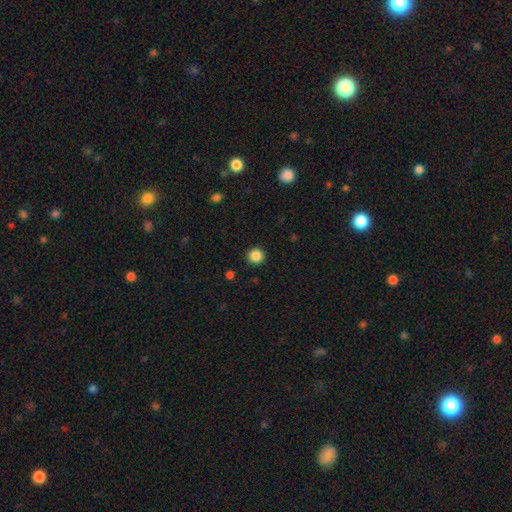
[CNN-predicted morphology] This appears to be a smooth galaxy with no disk features (87%) that is round (95%). Merging: none (92%).